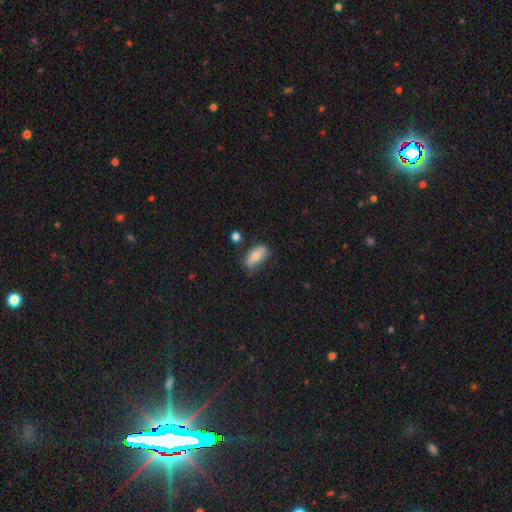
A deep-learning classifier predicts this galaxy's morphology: Smooth or featured: smooth — 67% (featured or disk — 25%)
How rounded: in between — 80% (cigar-shaped — 16%)
Merging: none — 65% (minor disturbance — 25%)